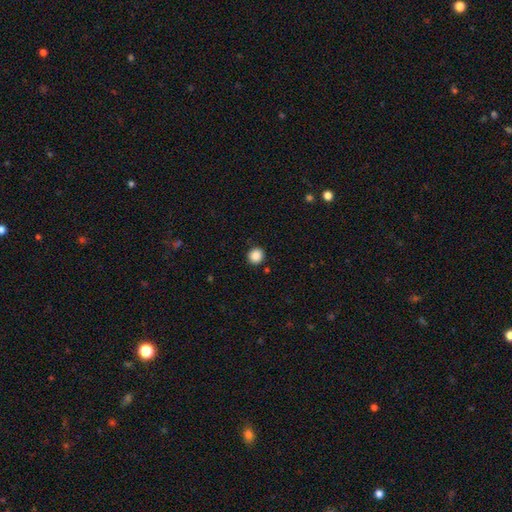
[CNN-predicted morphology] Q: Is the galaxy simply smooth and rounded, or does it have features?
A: smooth — 87%.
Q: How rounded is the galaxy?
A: round — 91%.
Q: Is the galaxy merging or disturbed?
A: none — 90%.